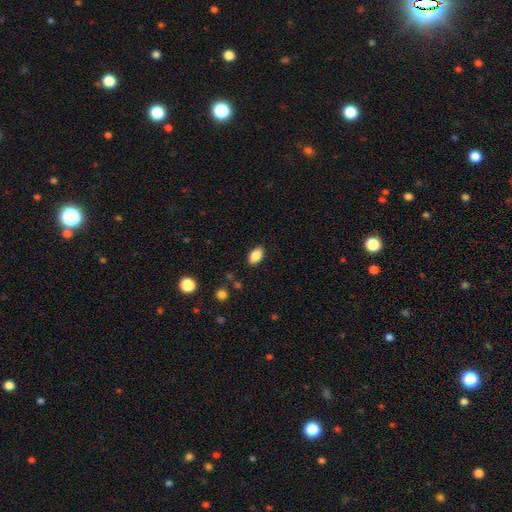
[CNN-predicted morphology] The model was most divided on "merging": none: 85%, minor disturbance: 11%, major disturbance: 3%, merger: 1%. More confident: how rounded — in between (91%); smooth or featured — smooth (86%).